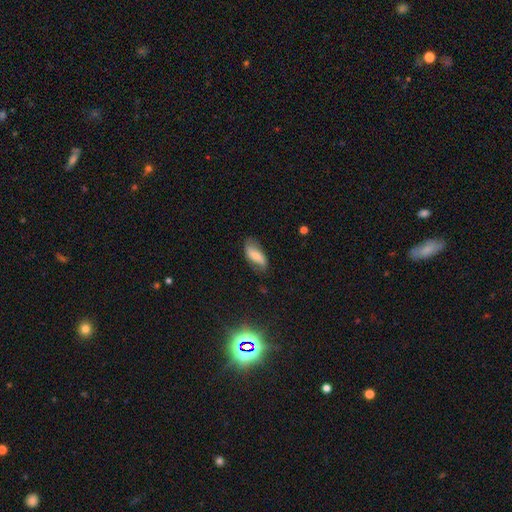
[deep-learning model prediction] Morphology: type=smooth (60%); roundness=in between (80%); merging=none (69%).